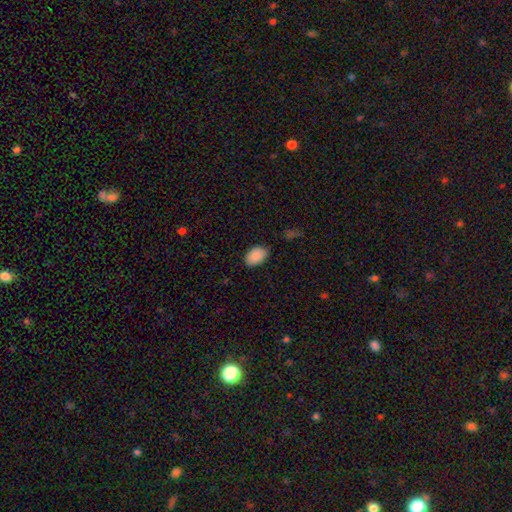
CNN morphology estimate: This appears to be a smooth galaxy with no disk features (89%) that is in between round and cigar-shaped (88%). Merging: none (81%).